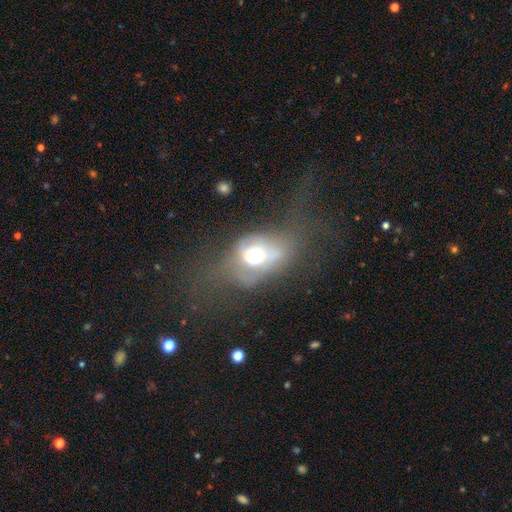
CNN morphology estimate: A featured or disk galaxy (46%). Merging: major disturbance (53%).